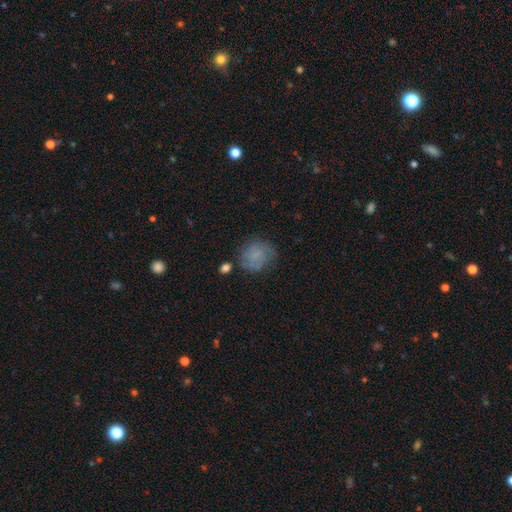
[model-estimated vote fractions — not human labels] A smooth galaxy with no disk features (60%) that is round (73%).

Vote fractions:
- Smooth or featured? smooth: 60% / featured or disk: 28% / star or artifact: 11%
- How rounded? round: 73% / in between: 26% / cigar-shaped: 1%
- Merging? none: 64% / minor disturbance: 23% / major disturbance: 10% / merger: 4%